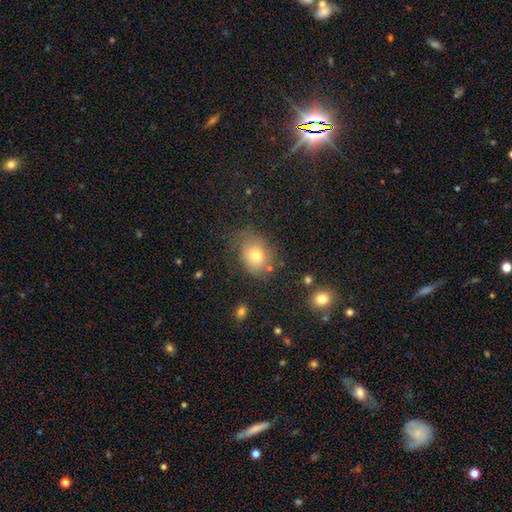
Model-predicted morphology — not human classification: A smooth galaxy with no disk features (70%) that is in between round and cigar-shaped (50%).

Vote fractions:
- Smooth or featured? smooth: 70% / featured or disk: 18% / star or artifact: 12%
- How rounded? in between: 50% / round: 49% / cigar-shaped: 1%
- Merging? none: 59% / minor disturbance: 26% / major disturbance: 12% / merger: 3%